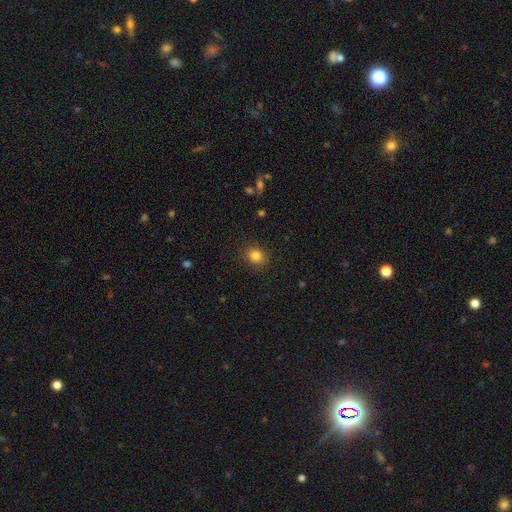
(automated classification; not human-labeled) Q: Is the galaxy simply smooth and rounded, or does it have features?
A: smooth — 84%.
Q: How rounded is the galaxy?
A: round — 71%.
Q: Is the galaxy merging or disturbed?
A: none — 87%.